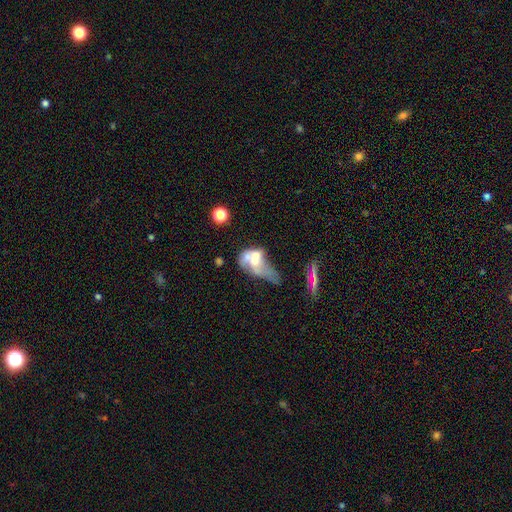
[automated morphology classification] Smooth or featured? Predicted: featured or disk (p=0.48). Merging? Predicted: merger (p=0.58).